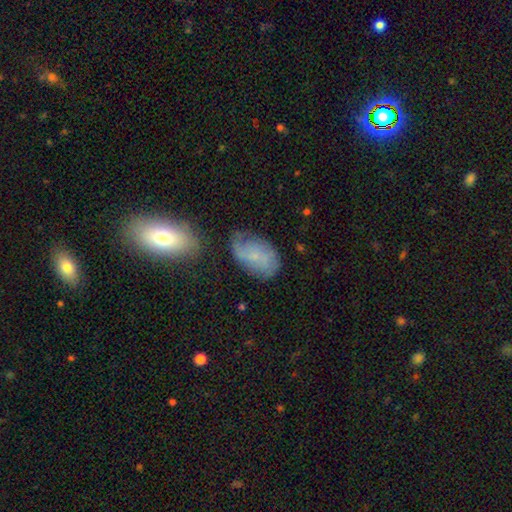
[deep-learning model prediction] Morphology: type=featured or disk (47%); merging=none (56%).